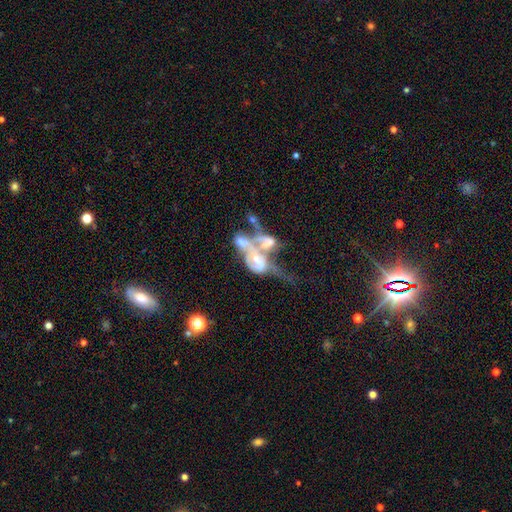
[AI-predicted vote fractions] This appears to be a featured or disk galaxy (67%) with no bar (71%), no spiral arms (64%) and a moderate central bulge (33%). Merging: merger (62%).